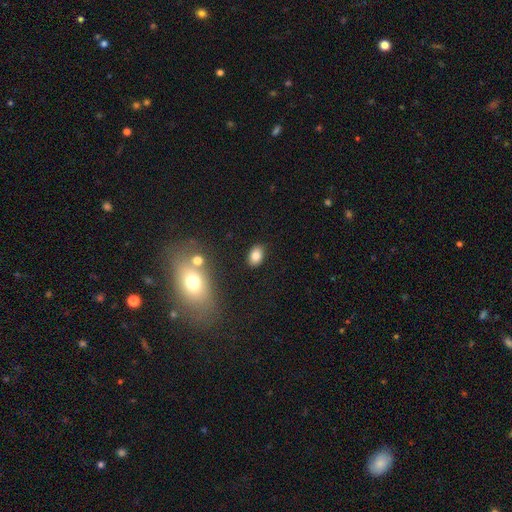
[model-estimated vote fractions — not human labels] A smooth galaxy with no disk features (83%) that is in between round and cigar-shaped (86%). Merging: none (85%).